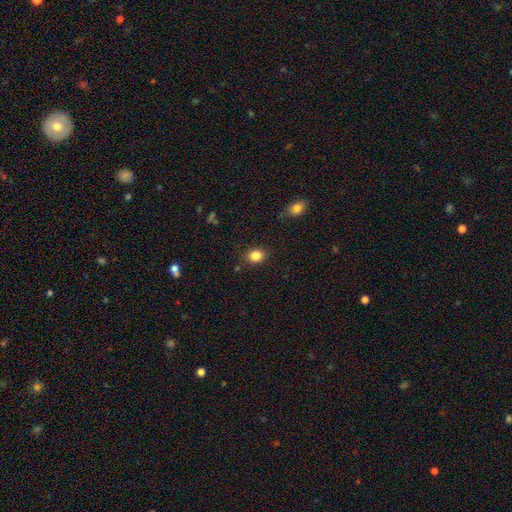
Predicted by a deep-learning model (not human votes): Smooth or featured: smooth — 85% (star or artifact — 10%)
How rounded: in between — 51% (round — 48%)
Merging: none — 85% (minor disturbance — 10%)